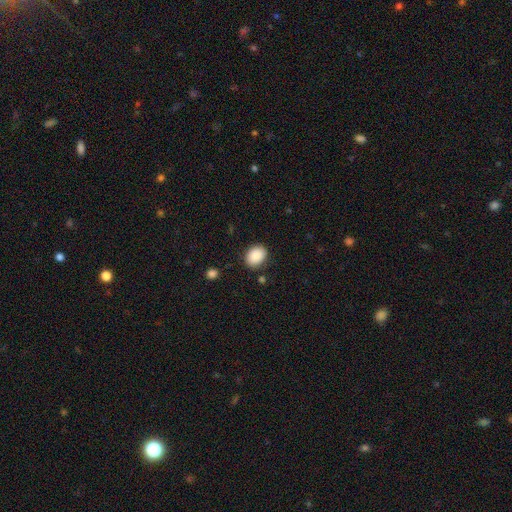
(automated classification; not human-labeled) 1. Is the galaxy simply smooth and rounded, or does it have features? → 89% smooth, 7% star or artifact, 3% featured or disk.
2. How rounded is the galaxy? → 67% in between, 32% round, 1% cigar-shaped.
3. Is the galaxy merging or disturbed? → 85% none, 10% minor disturbance, 3% major disturbance, 2% merger.